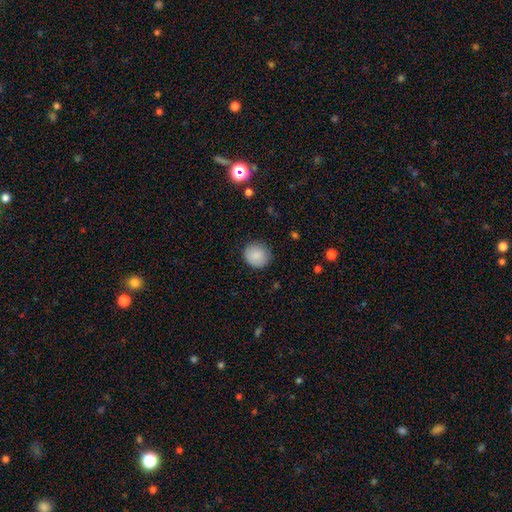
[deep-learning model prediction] smooth_or_featured: smooth (p=0.87) [alt: star or artifact p=0.08]
how_rounded: round (p=0.90) [alt: in between p=0.09]
merging: none (p=0.87) [alt: minor disturbance p=0.10]